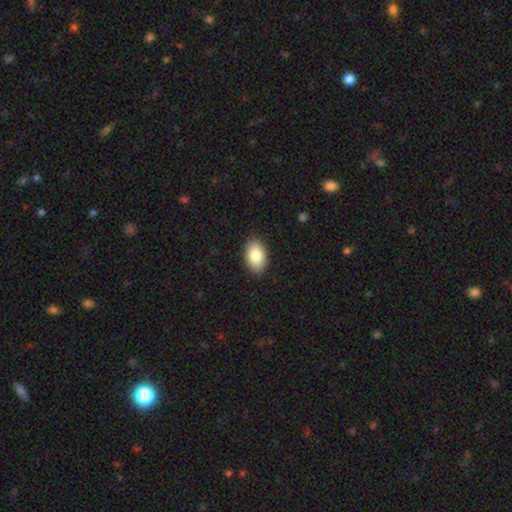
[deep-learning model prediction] Smooth or featured? Predicted: smooth (p=0.86). How rounded? Predicted: in between (p=0.92). Merging? Predicted: none (p=0.88).